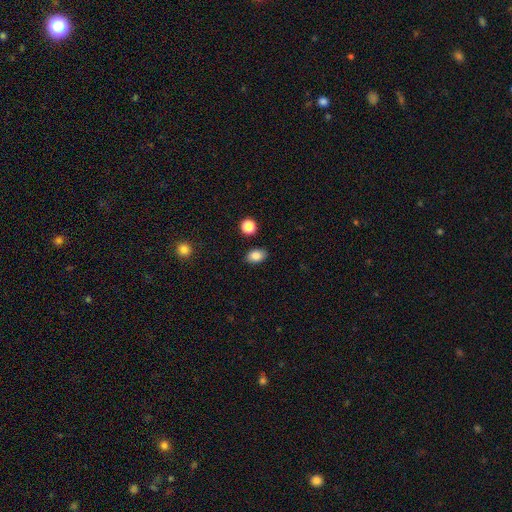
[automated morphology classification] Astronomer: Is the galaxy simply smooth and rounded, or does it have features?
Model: smooth — 85%.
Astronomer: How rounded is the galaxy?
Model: in between — 80%.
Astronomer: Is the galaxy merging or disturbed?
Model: none — 86%.